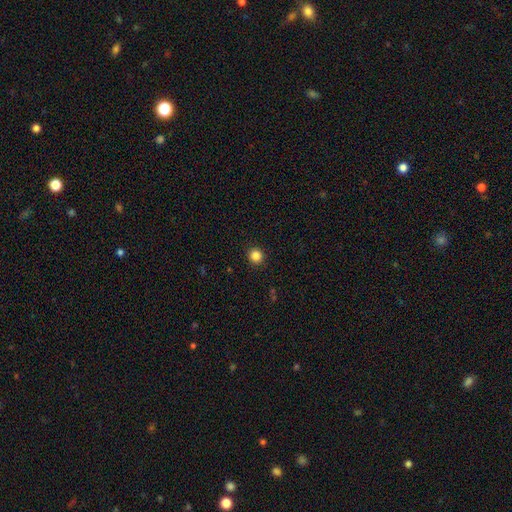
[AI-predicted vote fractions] A smooth galaxy with no disk features (85%) that is round (91%).

Vote fractions:
- Smooth or featured? smooth: 85% / star or artifact: 12% / featured or disk: 4%
- How rounded? round: 91% / in between: 8% / cigar-shaped: 1%
- Merging? none: 93% / minor disturbance: 5% / major disturbance: 2% / merger: 1%